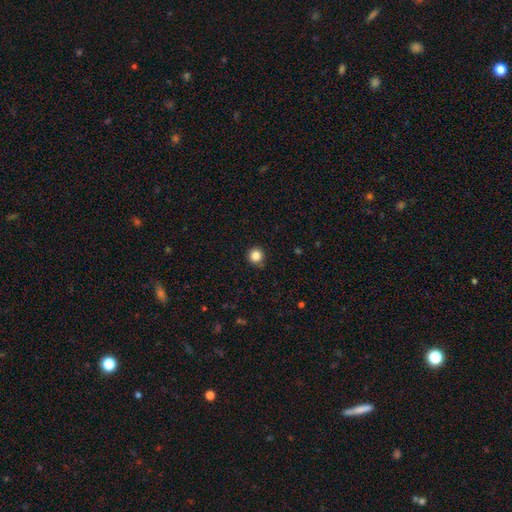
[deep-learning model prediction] The model was most divided on "smooth or featured": smooth: 85%, star or artifact: 11%, featured or disk: 4%. More confident: how rounded — round (94%); merging — none (87%).